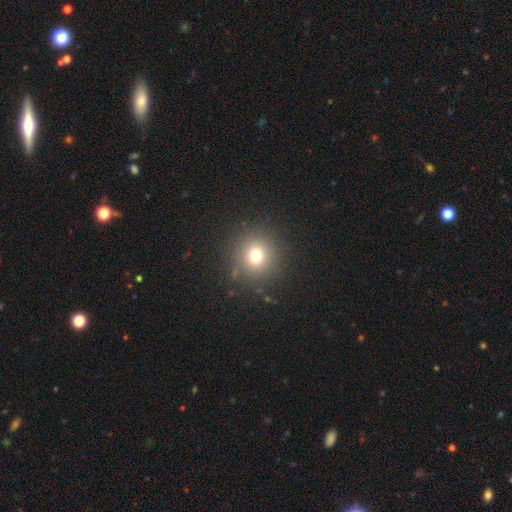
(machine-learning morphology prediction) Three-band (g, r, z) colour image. It shows a smooth galaxy with no disk features (73%) that is round (93%). Merging: none (88%).